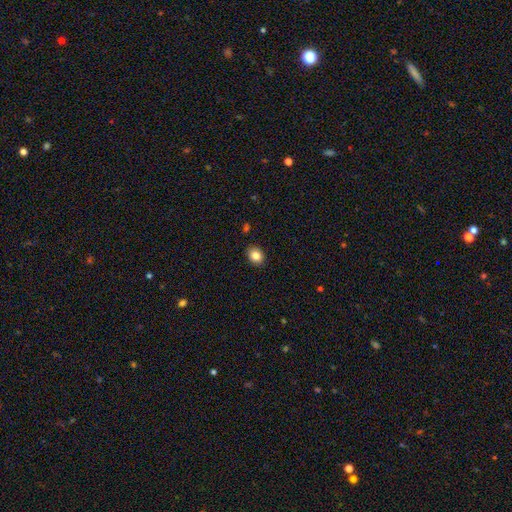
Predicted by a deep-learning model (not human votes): A smooth galaxy with no disk features (84%) that is in between round and cigar-shaped (52%). Merging: none (90%).